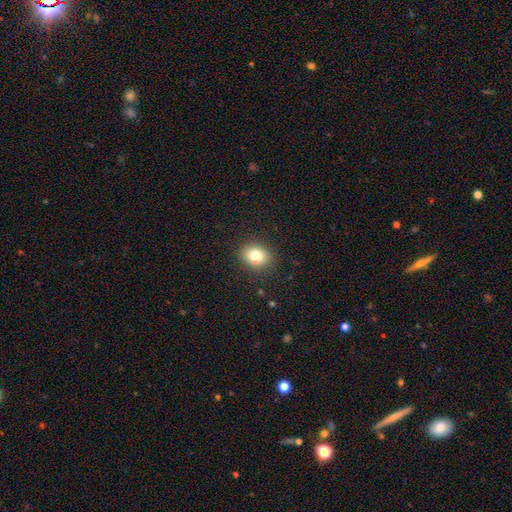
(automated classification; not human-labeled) Overall: smooth (80%). How rounded: round (54%; in between 45%). Merging: none (88%).